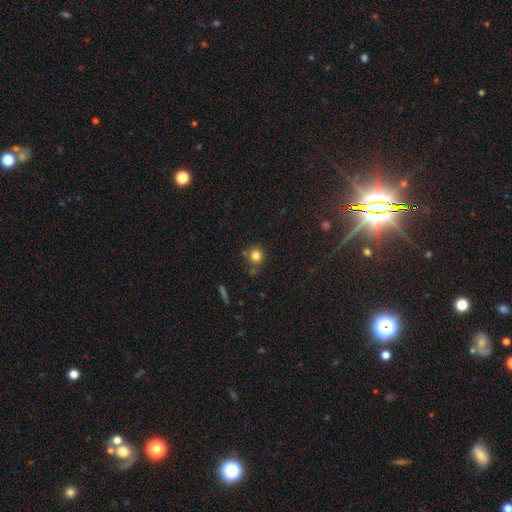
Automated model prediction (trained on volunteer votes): A smooth galaxy with no disk features (81%) that is round (92%).

Vote fractions:
- Smooth or featured? smooth: 81% / star or artifact: 12% / featured or disk: 6%
- How rounded? round: 92% / in between: 7% / cigar-shaped: 1%
- Merging? none: 77% / minor disturbance: 11% / merger: 9% / major disturbance: 3%